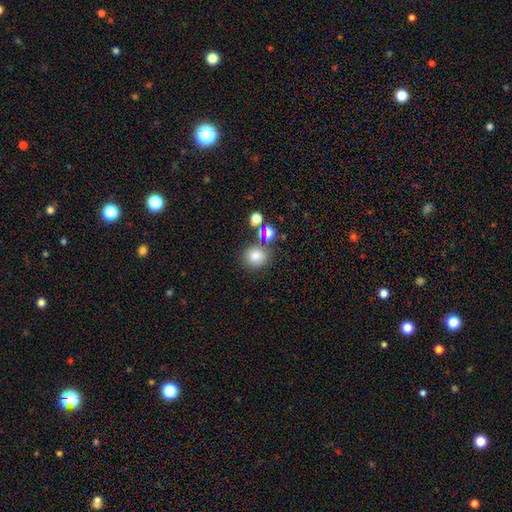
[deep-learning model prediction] Q: Smooth or featured?
A: smooth (78%); runner-up: star or artifact (13%)
Q: How rounded?
A: round (82%); runner-up: in between (17%)
Q: Merging?
A: none (74%); runner-up: merger (12%)